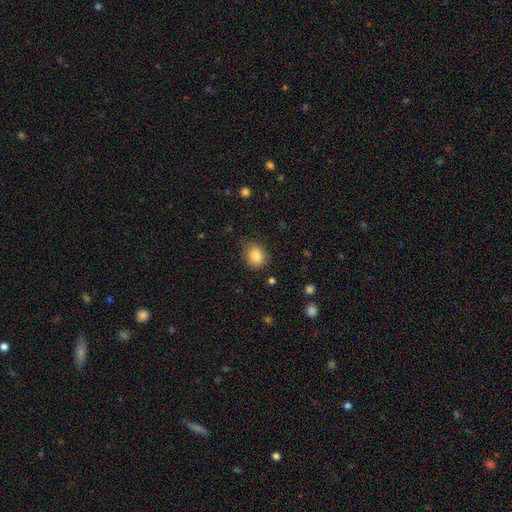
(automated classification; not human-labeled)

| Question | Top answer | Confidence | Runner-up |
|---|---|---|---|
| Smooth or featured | smooth | 86% | star or artifact (9%) |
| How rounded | round | 50% | in between (49%) |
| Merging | none | 80% | minor disturbance (15%) |